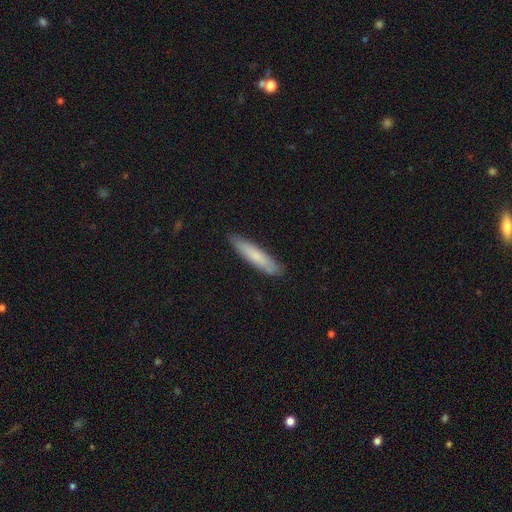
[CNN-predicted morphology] The model was most divided on "smooth or featured": smooth: 76%, featured or disk: 18%, star or artifact: 6%. More confident: merging — none (86%); how rounded — cigar-shaped (86%).